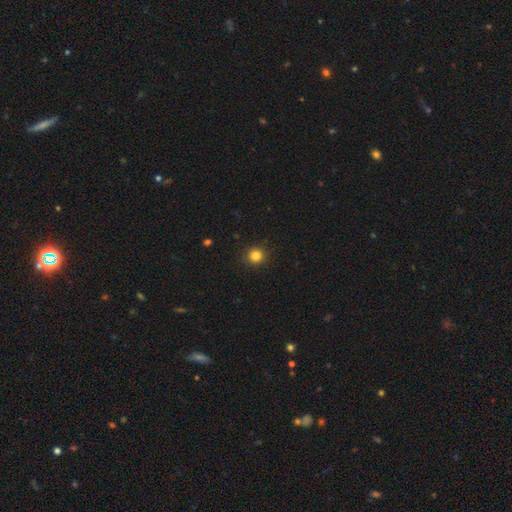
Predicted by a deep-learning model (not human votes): smooth_or_featured: smooth (p=0.83) [alt: star or artifact p=0.12]
how_rounded: round (p=0.94) [alt: in between p=0.05]
merging: none (p=0.91) [alt: minor disturbance p=0.06]